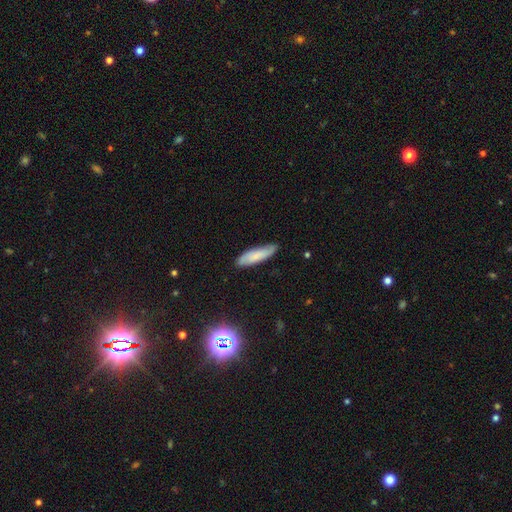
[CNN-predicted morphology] smooth-or-featured: smooth: 72% | featured or disk: 21% | star or artifact: 7%
  how-rounded: cigar-shaped: 63% | in between: 35% | round: 2%
  merging: none: 80% | minor disturbance: 16% | major disturbance: 3% | merger: 1%